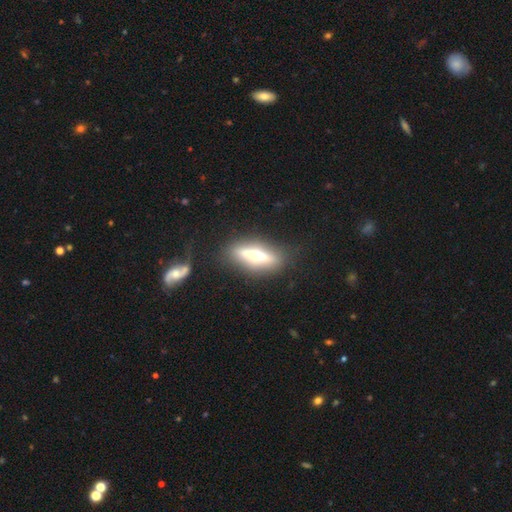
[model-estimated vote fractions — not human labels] featured or disk 59%, smooth 34%, star or artifact 8%. Down the decision tree: edge-on disk — yes (81%); merging — none (82%).